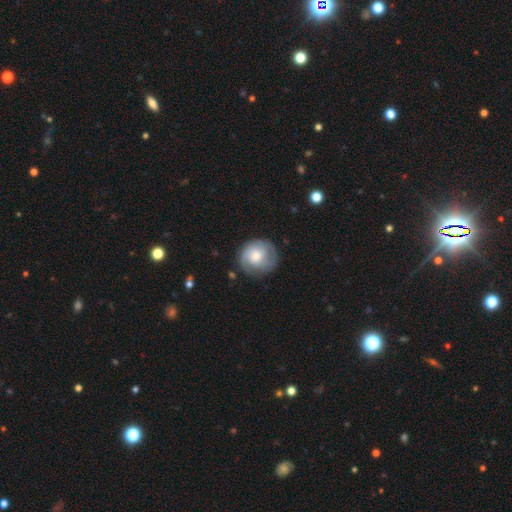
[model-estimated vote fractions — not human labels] A featured or disk galaxy (60%) with no bar (71%), 2 (42%) tight (51%) spiral arms (87%) and a moderate central bulge (52%).

Vote fractions:
- Smooth or featured? featured or disk: 60% / smooth: 33% / star or artifact: 6%
- Edge-on disk? no: 98% / yes: 2%
- Bar? no: 71% / weak: 25% / strong: 4%
- Spiral arms? yes: 87% / no: 13%
- Spiral winding? tight: 51% / medium: 35% / loose: 14%
- Spiral arm count? 2: 42% / can't tell: 28% / 3: 16% / 1: 8% / 4: 4% / more than 4: 3%
- Bulge size? moderate: 52% / small: 40% / large: 6% / none: 2% / dominant: 1%
- Merging? none: 74% / minor disturbance: 17% / major disturbance: 7% / merger: 2%